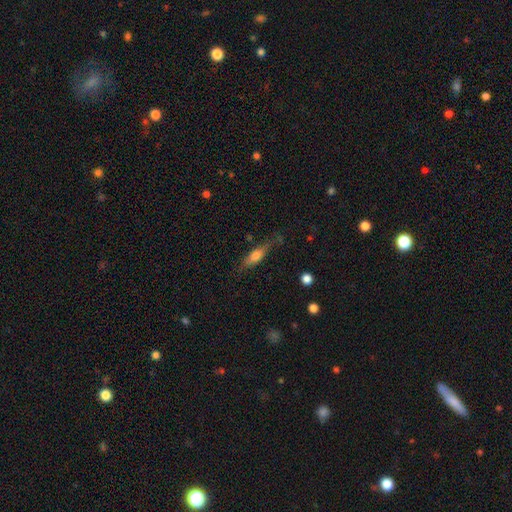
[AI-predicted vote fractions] Smooth or featured?
  - smooth: 58% *
  - featured or disk: 35%
  - star or artifact: 7%
How rounded?
  - cigar-shaped: 59% *
  - in between: 38%
  - round: 3%
Merging?
  - none: 67% *
  - minor disturbance: 23%
  - major disturbance: 7%
  - merger: 3%